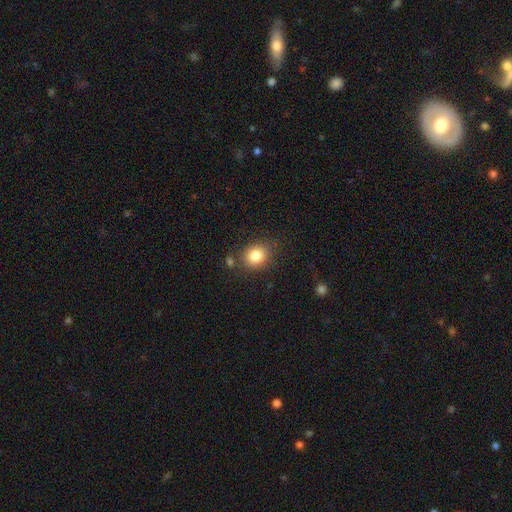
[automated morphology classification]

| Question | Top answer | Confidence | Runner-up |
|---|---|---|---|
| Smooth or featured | smooth | 83% | star or artifact (10%) |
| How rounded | round | 63% | in between (36%) |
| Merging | none | 79% | minor disturbance (12%) |